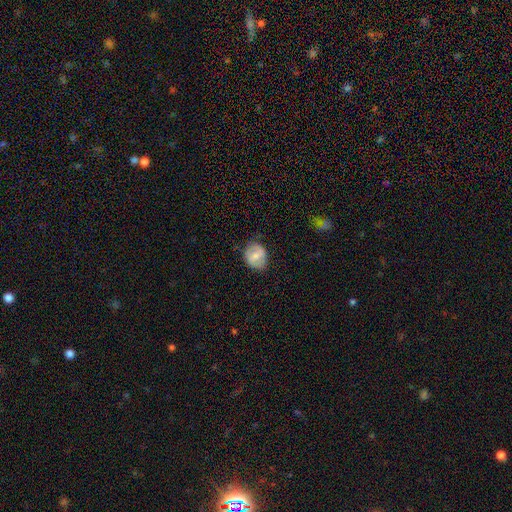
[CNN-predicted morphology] Q: Smooth or featured?
A: smooth (60%); runner-up: featured or disk (33%)
Q: How rounded?
A: round (62%); runner-up: in between (37%)
Q: Merging?
A: none (75%); runner-up: minor disturbance (19%)